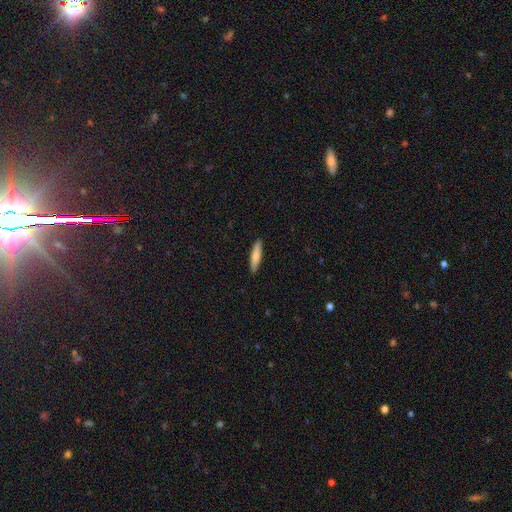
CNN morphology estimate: The model was most divided on "smooth or featured": smooth: 79%, featured or disk: 15%, star or artifact: 5%. More confident: merging — none (91%); how rounded — cigar-shaped (82%).